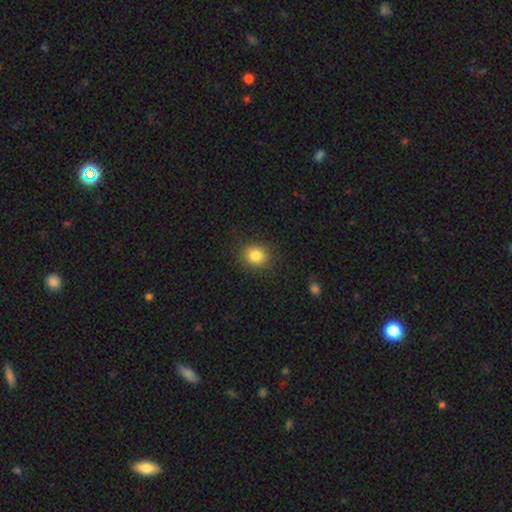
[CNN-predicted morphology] smooth-or-featured: smooth: 84% | star or artifact: 11% | featured or disk: 6%
  how-rounded: round: 69% | in between: 30% | cigar-shaped: 1%
  merging: none: 87% | minor disturbance: 9% | major disturbance: 3% | merger: 1%